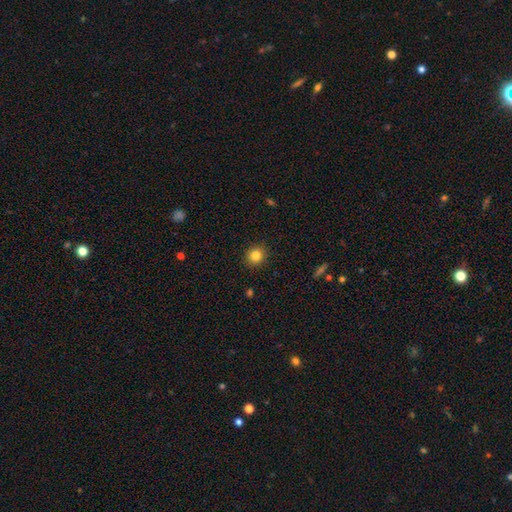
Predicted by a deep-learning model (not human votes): smooth-or-featured: smooth: 83% | star or artifact: 11% | featured or disk: 5%
  how-rounded: round: 89% | in between: 10% | cigar-shaped: 1%
  merging: none: 92% | minor disturbance: 6% | major disturbance: 2% | merger: 1%